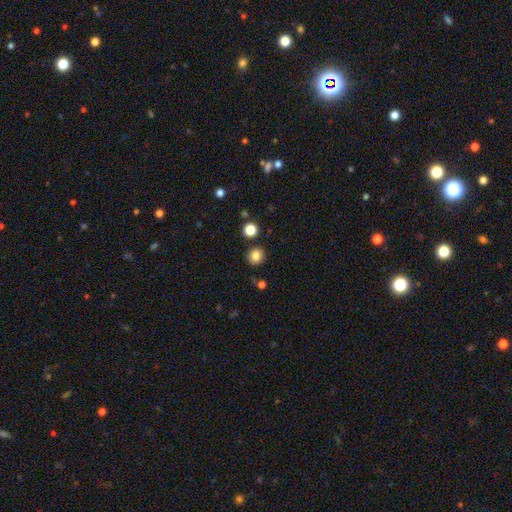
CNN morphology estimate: This is clearly a smooth galaxy (83%). How rounded: clearly round (88%). Merging: clearly none (86%).